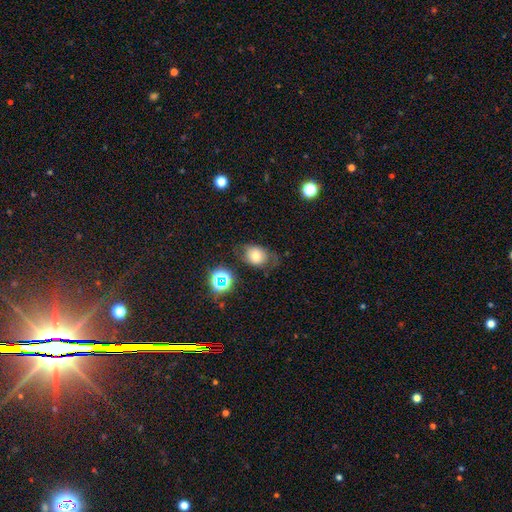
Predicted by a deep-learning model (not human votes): This appears to be a smooth galaxy with no disk features (63%) that is in between round and cigar-shaped (54%). Merging: none (57%).